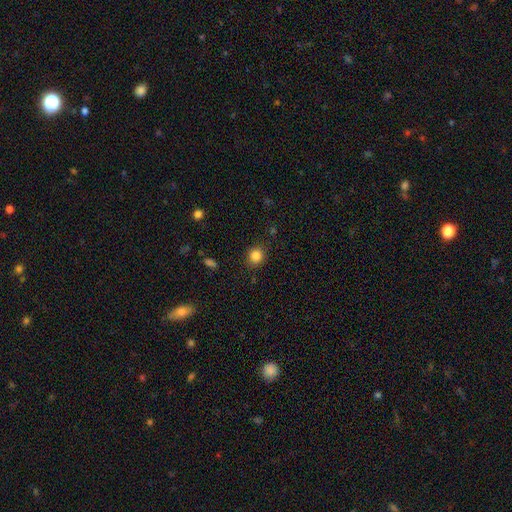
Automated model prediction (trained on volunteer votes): Morphology: type=smooth (84%); roundness=round (81%); merging=none (87%).